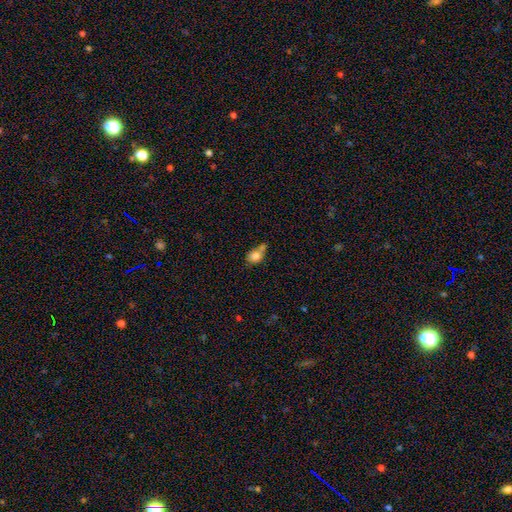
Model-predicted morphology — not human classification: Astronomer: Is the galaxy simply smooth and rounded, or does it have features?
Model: smooth — 80%.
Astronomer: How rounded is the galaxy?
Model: round — 52% (runner-up: in between, 46%).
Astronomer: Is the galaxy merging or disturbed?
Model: merger — 41% (runner-up: none, 34%).